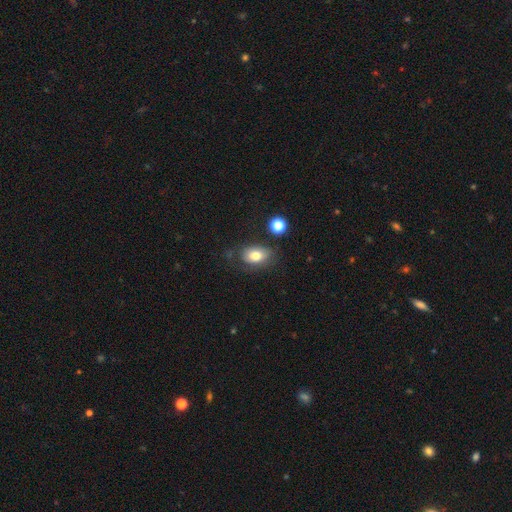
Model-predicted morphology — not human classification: This appears to be a smooth galaxy with no disk features (76%) that is in between round and cigar-shaped (82%). Merging: none (61%).